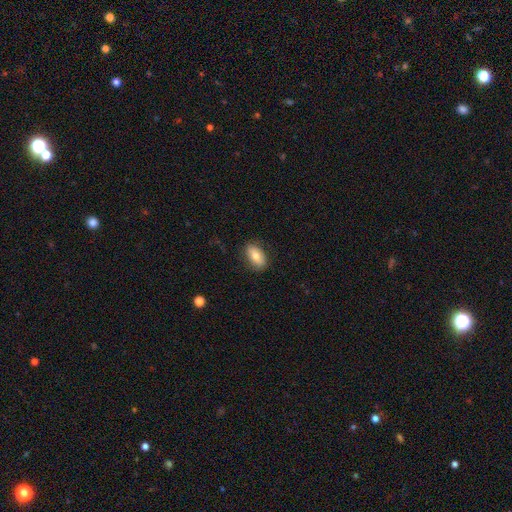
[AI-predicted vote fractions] Q: Smooth or featured?
A: smooth (75%); runner-up: featured or disk (17%)
Q: How rounded?
A: in between (90%); runner-up: round (6%)
Q: Merging?
A: none (83%); runner-up: minor disturbance (12%)